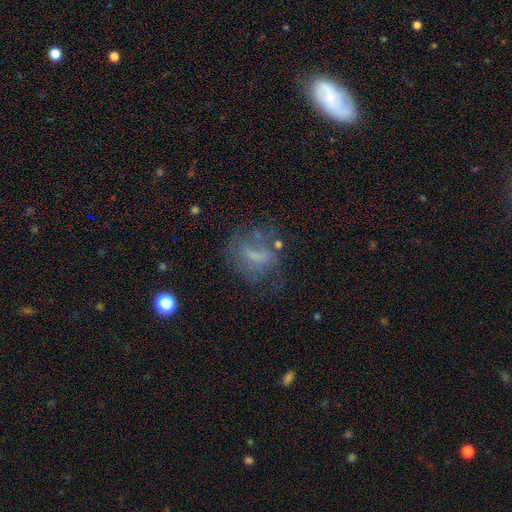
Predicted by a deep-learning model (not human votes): Overall: featured or disk (45%; smooth 40%). Merging: none (46%; major disturbance 26%).